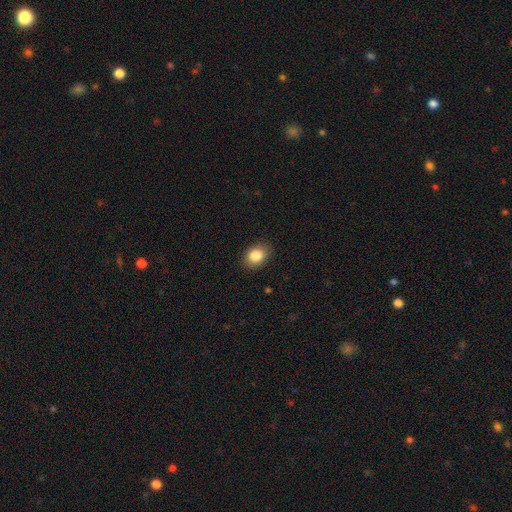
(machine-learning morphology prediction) Q: Smooth or featured?
A: smooth (85%); runner-up: star or artifact (9%)
Q: How rounded?
A: in between (67%); runner-up: round (32%)
Q: Merging?
A: none (88%); runner-up: minor disturbance (9%)